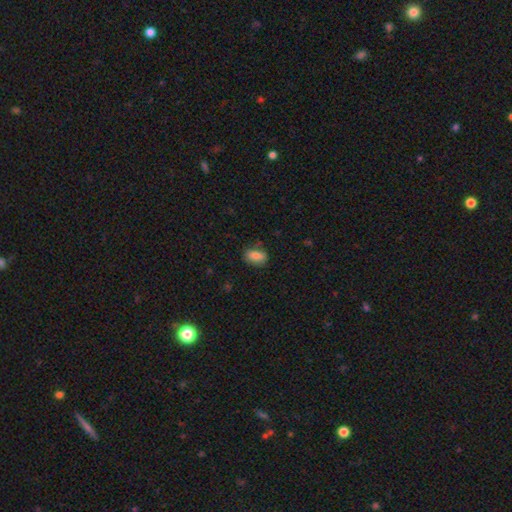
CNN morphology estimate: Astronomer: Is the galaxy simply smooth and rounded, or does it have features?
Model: smooth — 82%.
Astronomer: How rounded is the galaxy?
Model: in between — 85%.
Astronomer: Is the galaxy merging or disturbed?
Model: none — 76%.